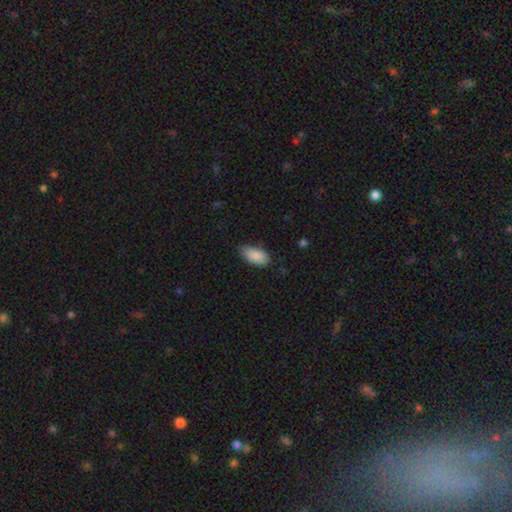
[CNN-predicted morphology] Overall: smooth (89%). How rounded: in between (93%). Merging: none (71%).